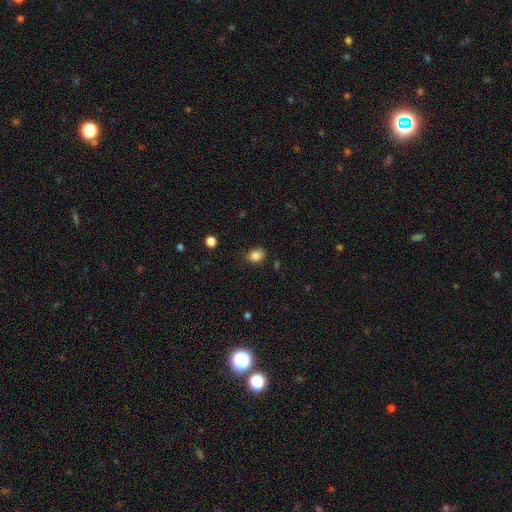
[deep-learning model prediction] Smooth or featured? smooth (85%)
How rounded? in between (57%)
Merging? none (81%)